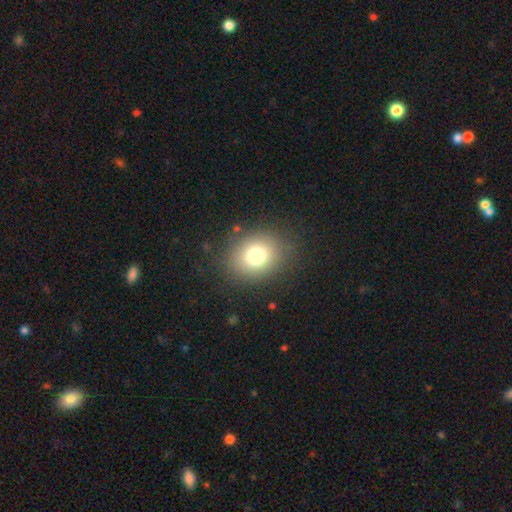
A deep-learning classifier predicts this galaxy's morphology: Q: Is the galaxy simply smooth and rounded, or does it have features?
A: smooth — 76%.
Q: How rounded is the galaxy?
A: round — 61%.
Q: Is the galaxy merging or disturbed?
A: none — 85%.